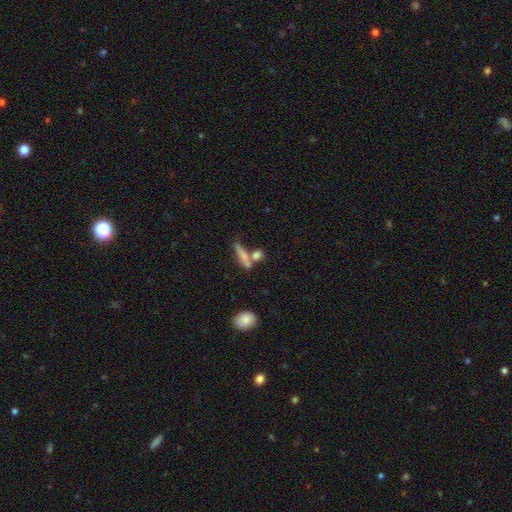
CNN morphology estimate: Smooth or featured: smooth — 71% (featured or disk — 18%)
How rounded: cigar-shaped — 43% (in between — 37%)
Merging: none — 43% (merger — 39%)